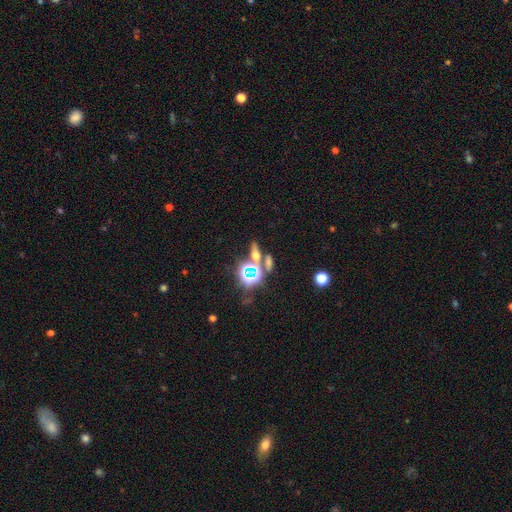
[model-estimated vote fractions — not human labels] This is marginally a star or artifact rather than a galaxy (41%).